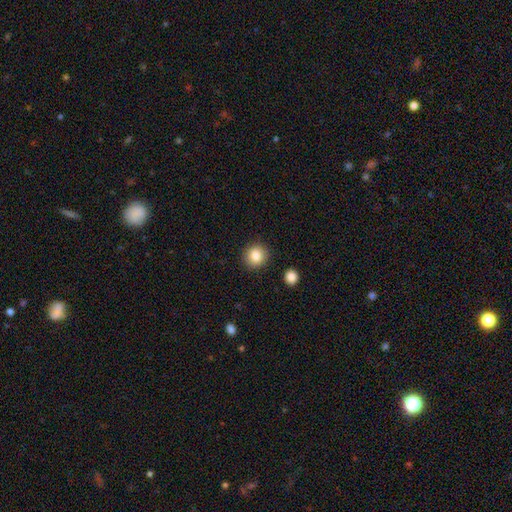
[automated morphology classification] The model was most divided on "smooth or featured": smooth: 84%, star or artifact: 9%, featured or disk: 6%. More confident: merging — none (90%); how rounded — round (90%).